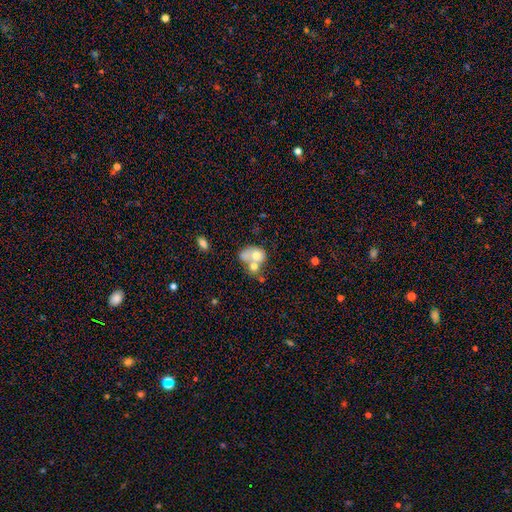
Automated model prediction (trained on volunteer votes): A smooth galaxy with no disk features (62%) that is in between round and cigar-shaped (54%). Merging: merger (66%).